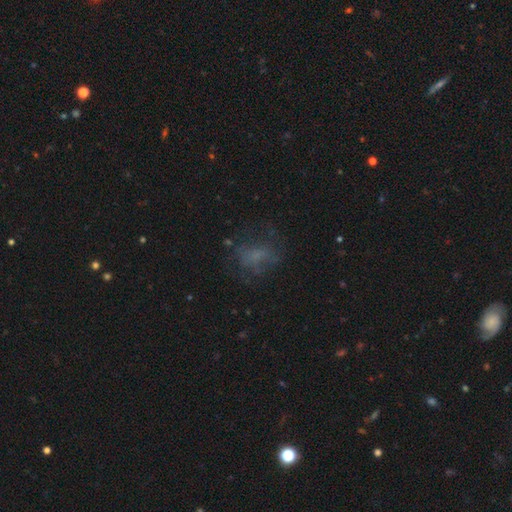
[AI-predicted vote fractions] This appears to be a smooth galaxy with no disk features (47%). Merging: none (55%).